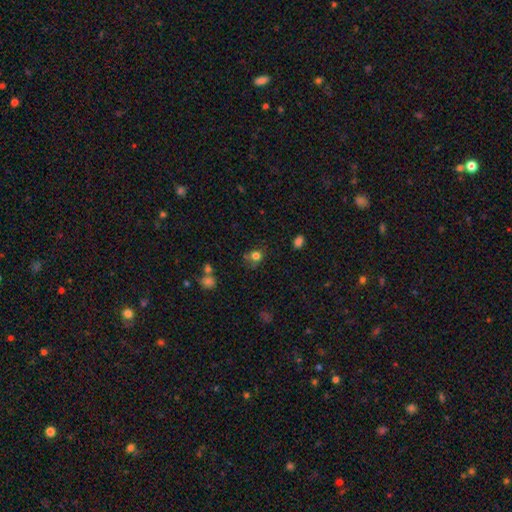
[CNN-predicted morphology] smooth 78%, star or artifact 14%, featured or disk 8%. Down the decision tree: how rounded — round (72%); merging — none (60%).